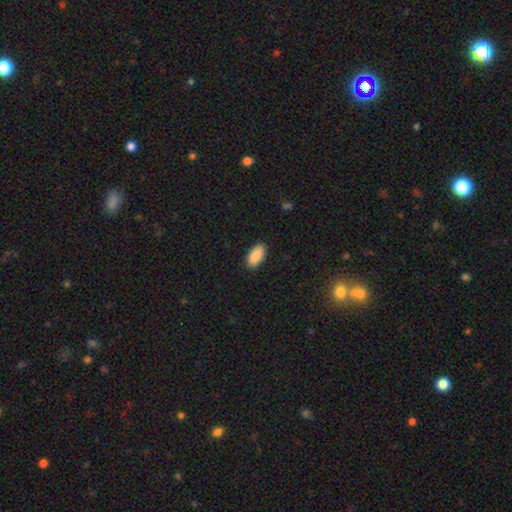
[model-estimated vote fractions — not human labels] Morphology: type=smooth (90%); roundness=in between (94%); merging=none (90%).